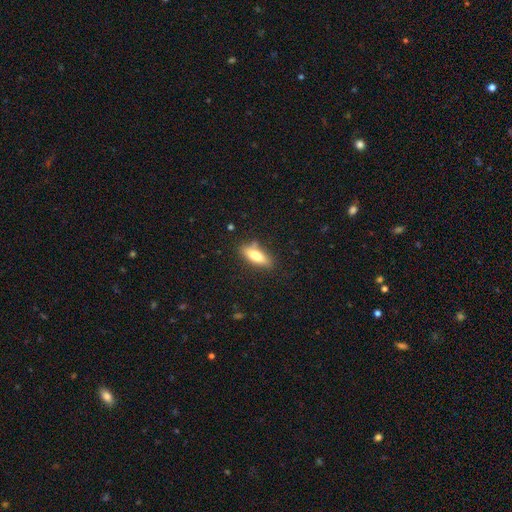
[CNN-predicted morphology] Q: Smooth or featured?
A: smooth (70%); runner-up: featured or disk (23%)
Q: How rounded?
A: in between (63%); runner-up: cigar-shaped (34%)
Q: Merging?
A: none (78%); runner-up: minor disturbance (15%)